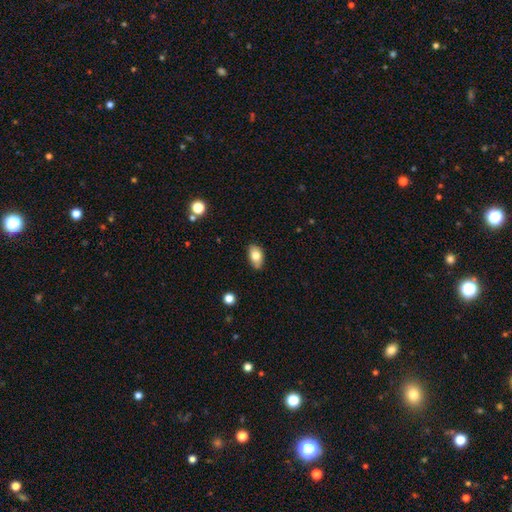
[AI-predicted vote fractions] A smooth galaxy with no disk features (79%) that is in between round and cigar-shaped (89%). Merging: none (79%).